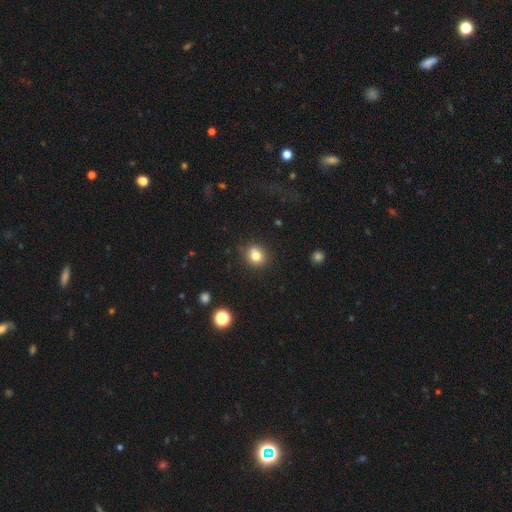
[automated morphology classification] Smooth or featured? smooth (78%)
How rounded? round (71%)
Merging? none (73%)